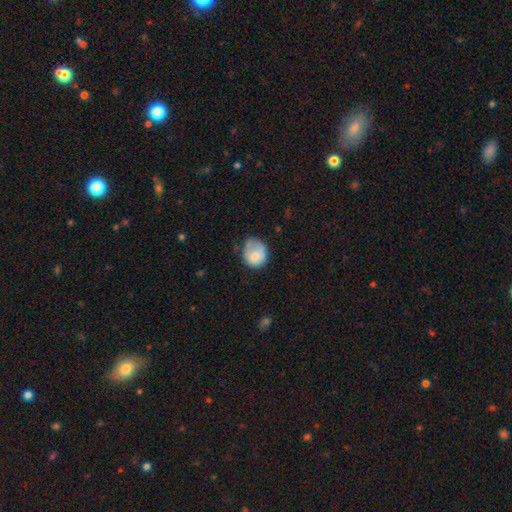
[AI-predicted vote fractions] This appears to be a smooth galaxy with no disk features (69%) that is round (66%). Merging: none (41%).